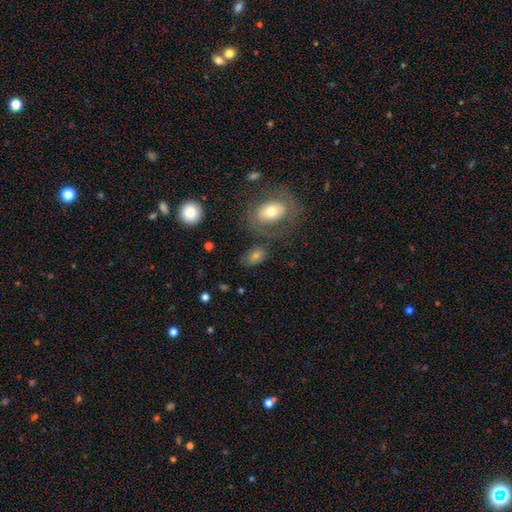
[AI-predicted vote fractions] This appears to be a smooth galaxy with no disk features (65%) that is in between round and cigar-shaped (81%). Merging: none (65%).